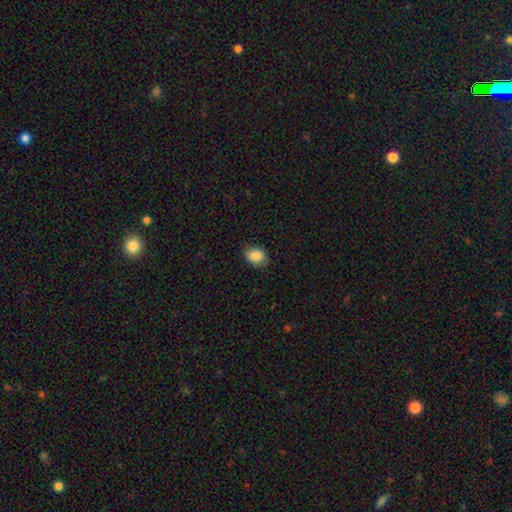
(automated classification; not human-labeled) A smooth galaxy with no disk features (87%) that is in between round and cigar-shaped (68%). Merging: none (83%).